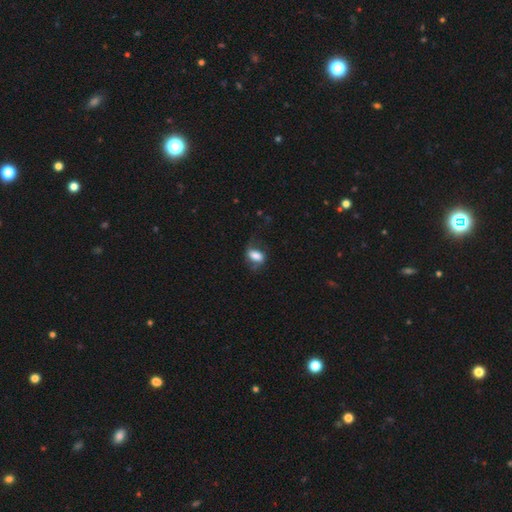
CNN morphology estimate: The model was most divided on "merging": none: 53%, minor disturbance: 27%, major disturbance: 18%, merger: 2%. More confident: how rounded — in between (84%); smooth or featured — smooth (70%).